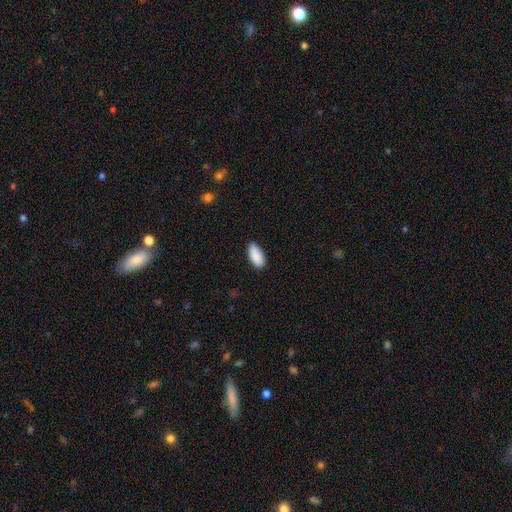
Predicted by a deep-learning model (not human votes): smooth_or_featured: smooth (p=0.90) [alt: star or artifact p=0.06]
how_rounded: in between (p=0.91) [alt: cigar-shaped p=0.07]
merging: none (p=0.81) [alt: minor disturbance p=0.15]